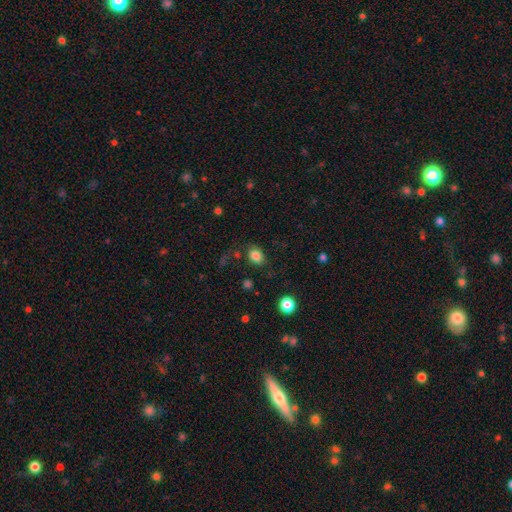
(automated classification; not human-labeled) Smooth or featured? smooth (83%)
How rounded? in between (61%)
Merging? none (76%)